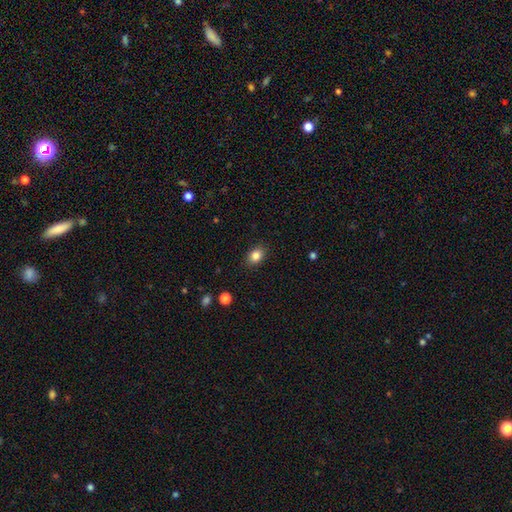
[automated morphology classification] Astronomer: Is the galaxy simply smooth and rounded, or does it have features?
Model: smooth — 84%.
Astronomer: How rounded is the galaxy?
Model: in between — 68%.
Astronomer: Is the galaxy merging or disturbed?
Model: none — 88%.